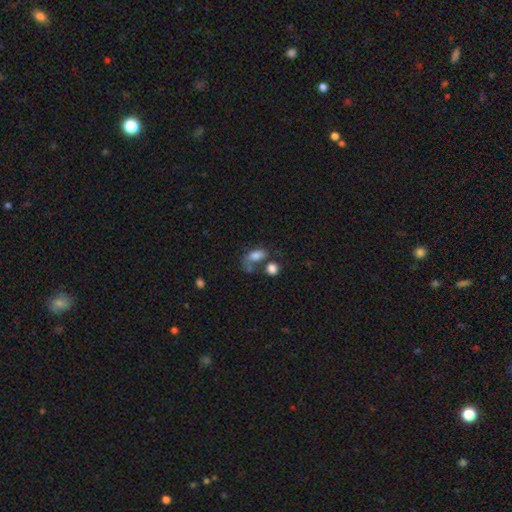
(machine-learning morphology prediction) Smooth or featured? smooth (78%)
How rounded? in between (84%)
Merging? none (35%)